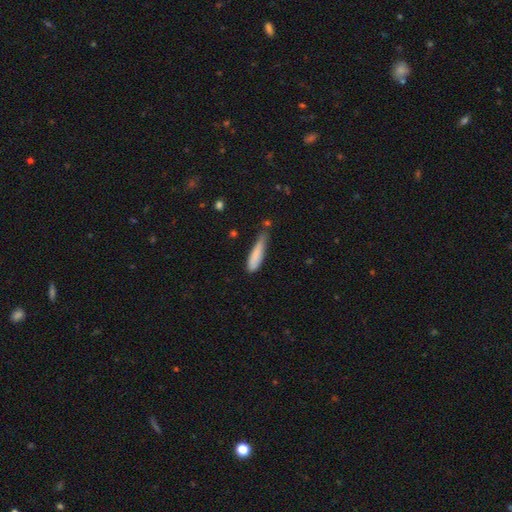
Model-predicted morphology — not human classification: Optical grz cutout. It shows a smooth galaxy with no disk features (82%) that is cigar-shaped (79%). Merging: none (43%).